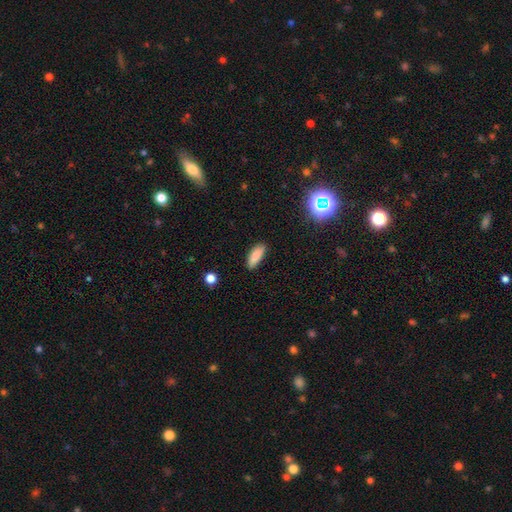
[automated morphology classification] A smooth galaxy with no disk features (86%) that is in between round and cigar-shaped (71%).

Vote fractions:
- Smooth or featured? smooth: 86% / star or artifact: 8% / featured or disk: 6%
- How rounded? in between: 71% / cigar-shaped: 27% / round: 2%
- Merging? none: 86% / minor disturbance: 10% / major disturbance: 2% / merger: 1%